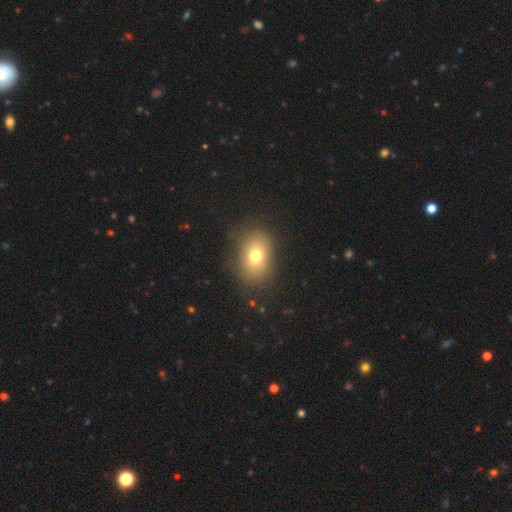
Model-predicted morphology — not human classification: smooth-or-featured: smooth: 73% | featured or disk: 15% | star or artifact: 12%
  how-rounded: in between: 68% | round: 31% | cigar-shaped: 1%
  merging: none: 80% | minor disturbance: 13% | major disturbance: 5% | merger: 1%